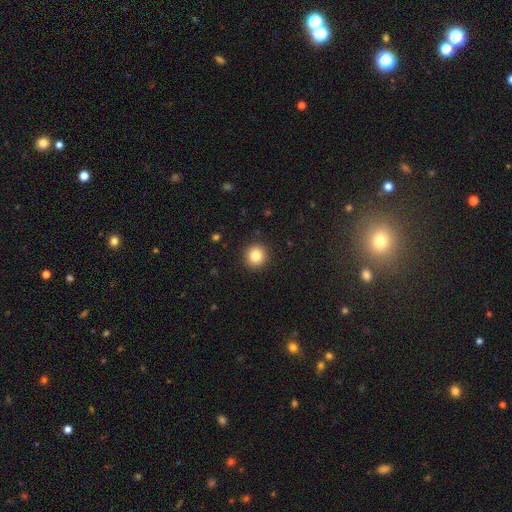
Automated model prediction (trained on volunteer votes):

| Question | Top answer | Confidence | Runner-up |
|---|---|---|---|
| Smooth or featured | smooth | 84% | star or artifact (10%) |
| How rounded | round | 93% | in between (6%) |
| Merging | none | 92% | minor disturbance (5%) |